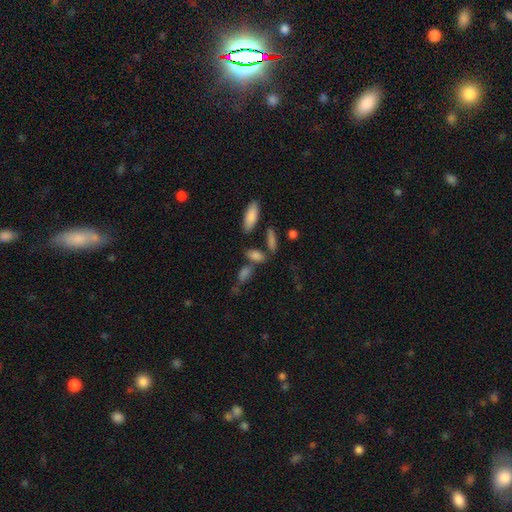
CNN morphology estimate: The model was most divided on "merging": none: 57%, merger: 22%, minor disturbance: 14%, major disturbance: 7%. More confident: smooth or featured — smooth (79%); how rounded — in between (75%).